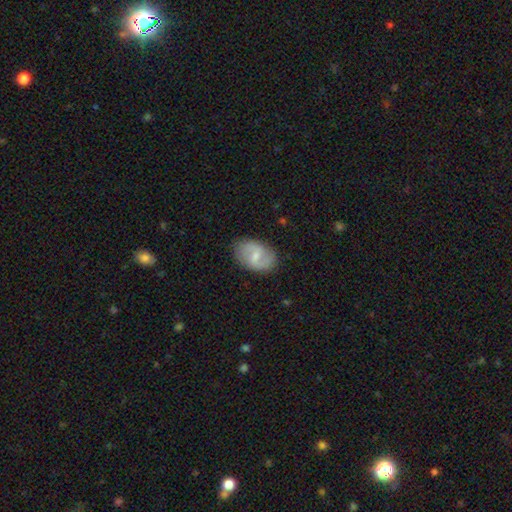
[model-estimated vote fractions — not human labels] smooth_or_featured: featured or disk (p=0.66) [alt: smooth p=0.28]
disk_edge_on: no (p=0.97) [alt: yes p=0.03]
bar: weak (p=0.60) [alt: no p=0.22]
has_spiral_arms: yes (p=0.85) [alt: no p=0.15]
spiral_winding: medium (p=0.45) [alt: loose p=0.38]
spiral_arm_count: 2 (p=0.88) [alt: can't tell p=0.07]
bulge_size: small (p=0.56) [alt: moderate p=0.36]
merging: none (p=0.82) [alt: minor disturbance p=0.13]